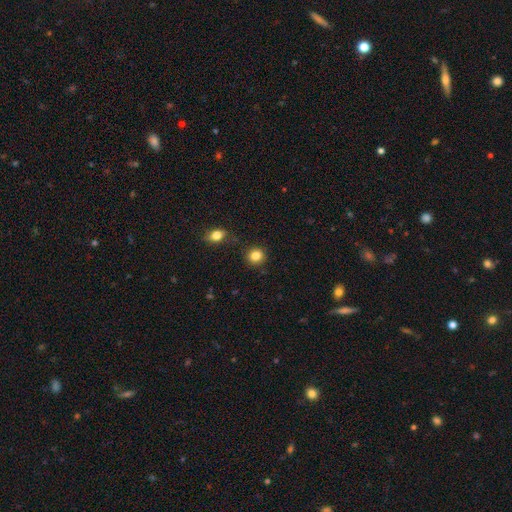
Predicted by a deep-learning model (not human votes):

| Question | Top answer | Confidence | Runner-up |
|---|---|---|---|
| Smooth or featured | smooth | 84% | star or artifact (11%) |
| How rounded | round | 86% | in between (14%) |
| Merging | none | 88% | minor disturbance (7%) |